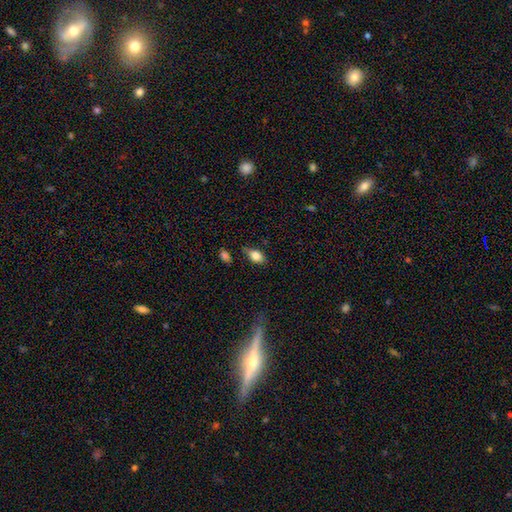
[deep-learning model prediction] Q: Smooth or featured?
A: smooth (81%); runner-up: featured or disk (11%)
Q: How rounded?
A: in between (87%); runner-up: round (9%)
Q: Merging?
A: none (73%); runner-up: minor disturbance (19%)